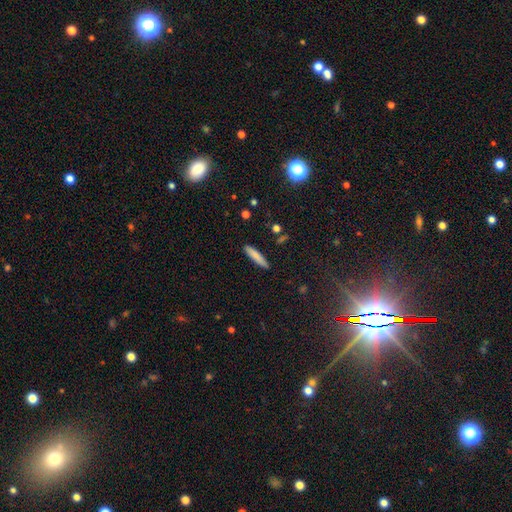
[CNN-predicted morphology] Smooth or featured? Predicted: smooth (p=0.82). How rounded? Predicted: cigar-shaped (p=0.86). Merging? Predicted: none (p=0.89).